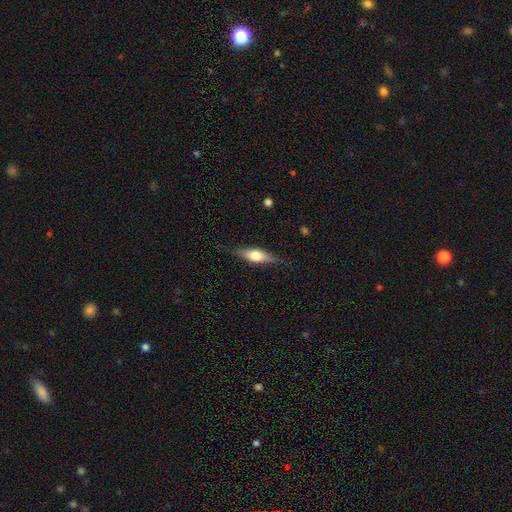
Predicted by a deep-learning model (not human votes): Smooth or featured: featured or disk — 49% (smooth — 45%)
Merging: none — 80% (minor disturbance — 15%)